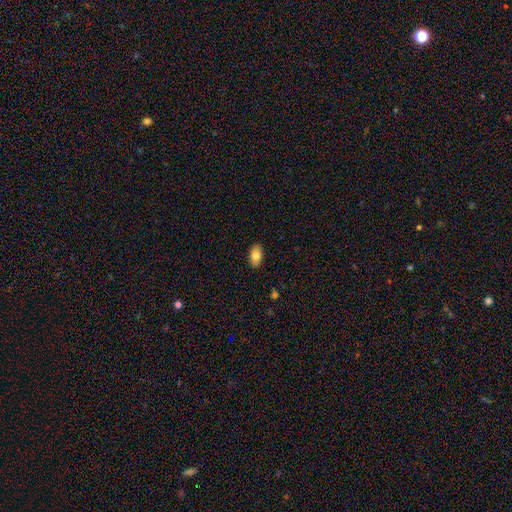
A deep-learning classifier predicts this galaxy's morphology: This is clearly a smooth galaxy (82%). How rounded: clearly in between (93%). Merging: clearly none (89%).